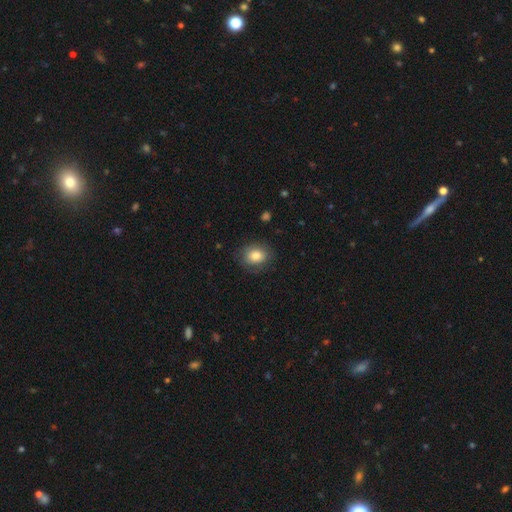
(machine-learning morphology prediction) This is clearly a smooth galaxy (81%). How rounded: possibly round (55%). Merging: clearly none (81%).